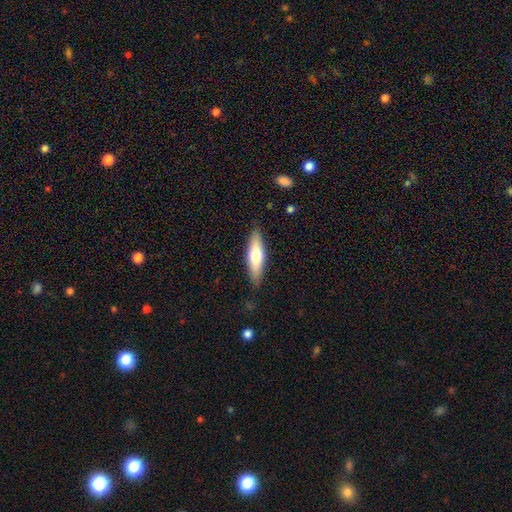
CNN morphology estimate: This appears to be a smooth galaxy with no disk features (60%) that is cigar-shaped (60%). Merging: none (86%).